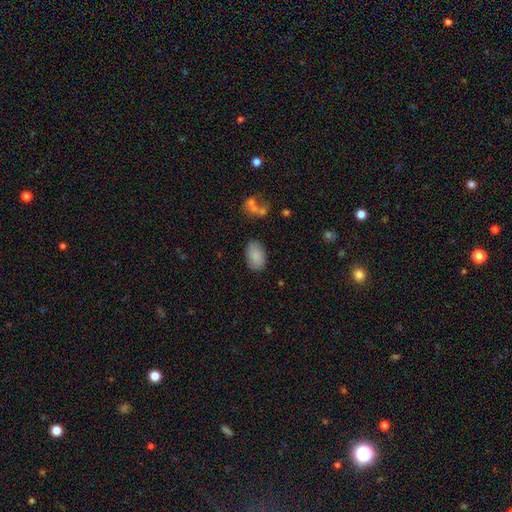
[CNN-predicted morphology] This appears to be a smooth galaxy with no disk features (86%) that is in between round and cigar-shaped (91%). Merging: none (81%).